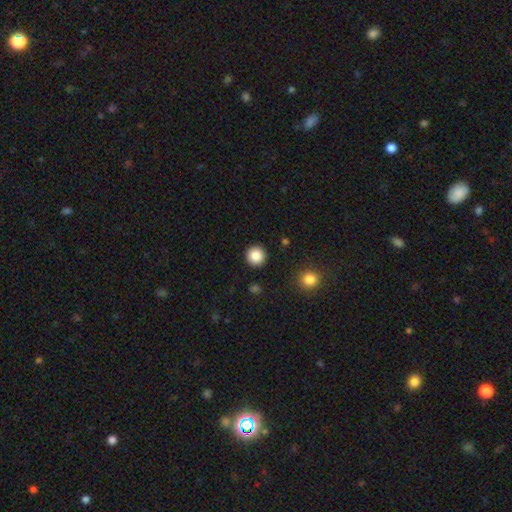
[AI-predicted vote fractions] Morphology: type=smooth (86%); roundness=round (95%); merging=none (92%).